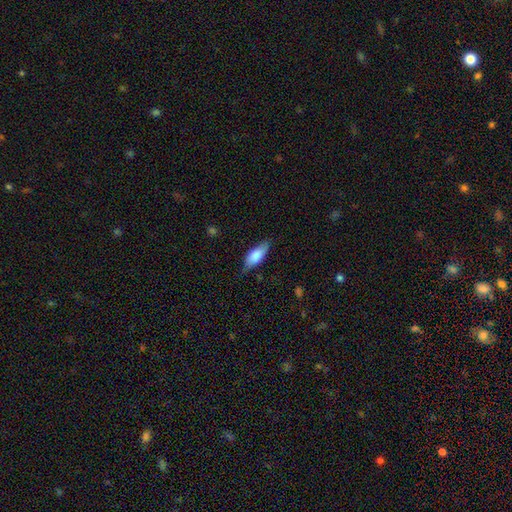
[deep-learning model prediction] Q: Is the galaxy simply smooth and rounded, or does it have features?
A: smooth — 75%.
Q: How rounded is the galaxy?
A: in between — 76%.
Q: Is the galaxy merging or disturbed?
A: none — 72%.